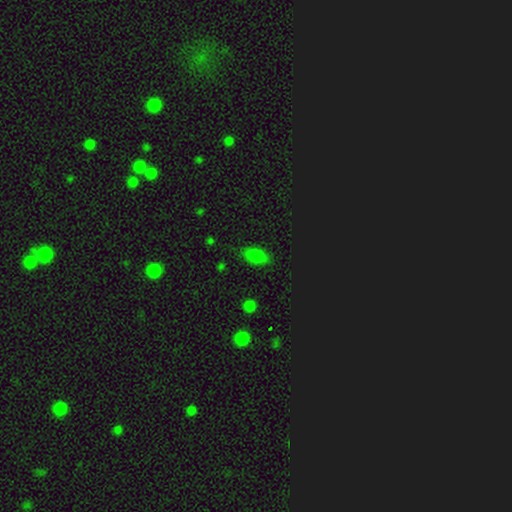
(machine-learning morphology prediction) This appears to be a smooth galaxy with no disk features (78%) that is in between round and cigar-shaped (88%). Merging: none (81%).